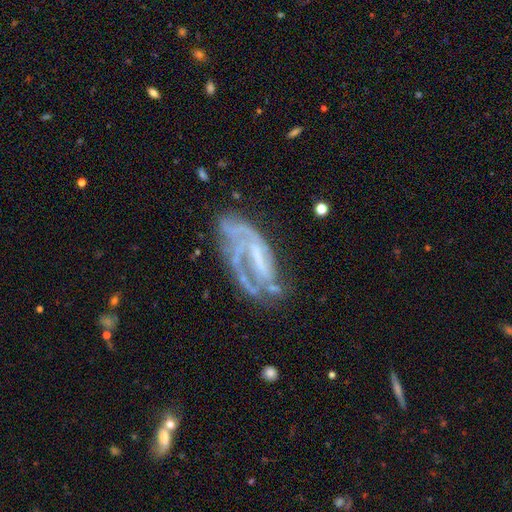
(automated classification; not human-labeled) featured or disk 79%, smooth 12%, star or artifact 9%. Down the decision tree: edge-on disk — no (93%); bar — no (40%); spiral arms — yes (82%); spiral arm count — 2 (32%); spiral winding — tight (42%); bulge size — none (53%); merging — none (47%).